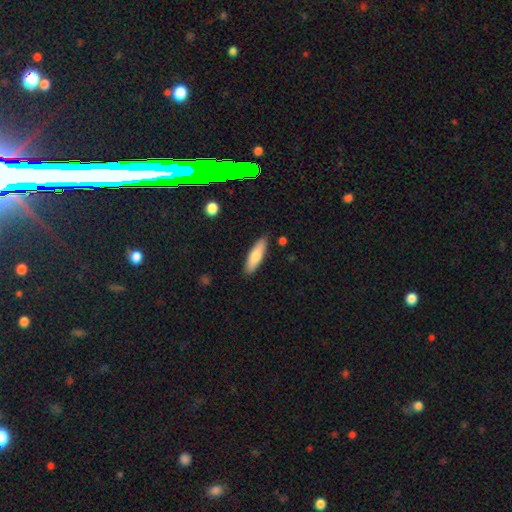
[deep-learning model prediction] Smooth or featured? smooth (72%)
How rounded? cigar-shaped (58%)
Merging? none (88%)